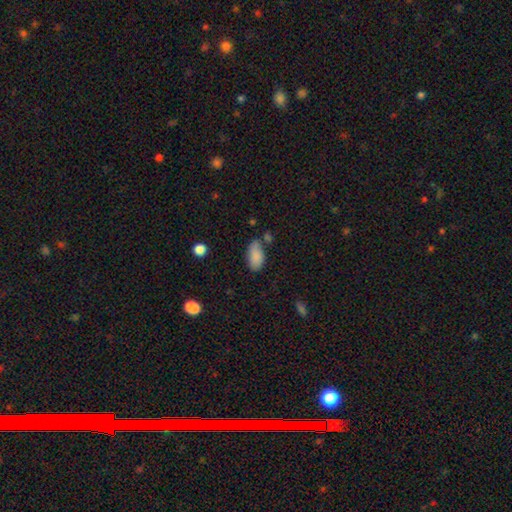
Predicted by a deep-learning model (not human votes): Smooth or featured? Predicted: smooth (p=0.86). How rounded? Predicted: in between (p=0.94). Merging? Predicted: none (p=0.61).